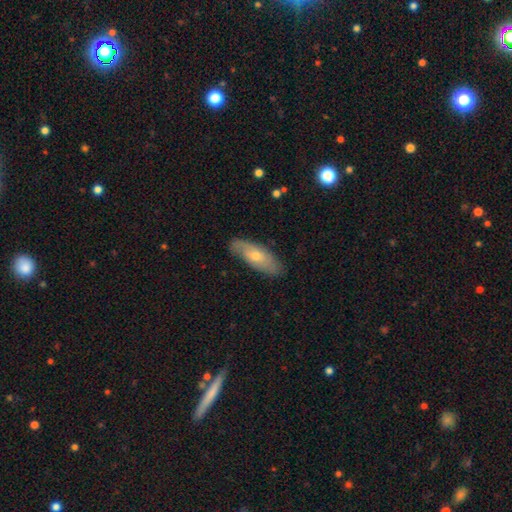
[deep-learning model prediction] Smooth or featured? Predicted: smooth (p=0.52). How rounded? Predicted: in between (p=0.63). Merging? Predicted: none (p=0.80).